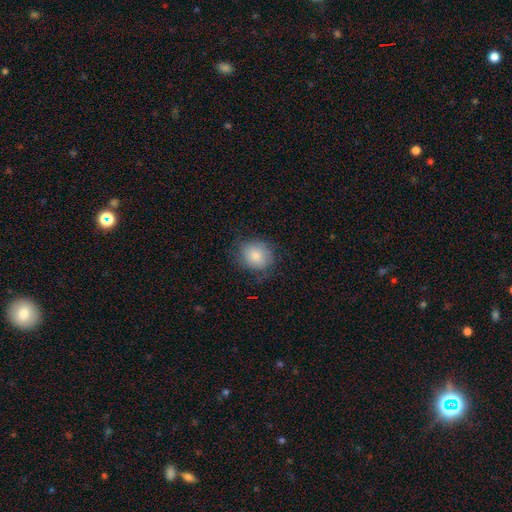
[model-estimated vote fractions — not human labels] smooth-or-featured: smooth: 81% | featured or disk: 11% | star or artifact: 8%
  how-rounded: round: 71% | in between: 29% | cigar-shaped: 1%
  merging: none: 68% | minor disturbance: 23% | major disturbance: 8% | merger: 1%